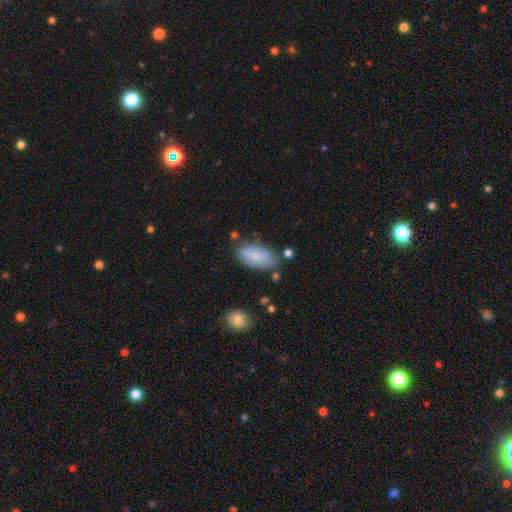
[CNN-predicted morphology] The model was most divided on "merging": none: 71%, minor disturbance: 19%, merger: 5%, major disturbance: 5%. More confident: how rounded — in between (92%); smooth or featured — smooth (82%).